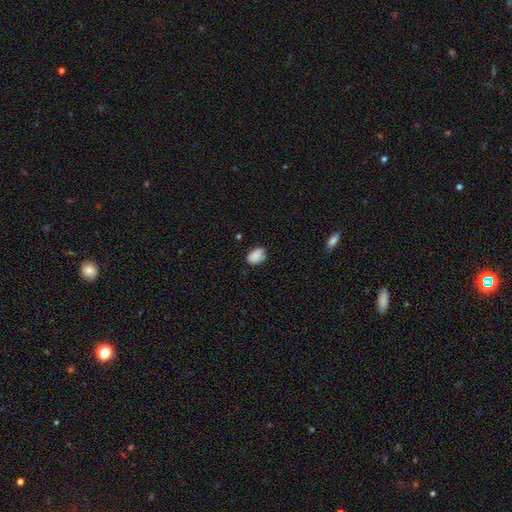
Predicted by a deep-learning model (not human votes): Smooth or featured? Predicted: smooth (p=0.87). How rounded? Predicted: in between (p=0.82). Merging? Predicted: none (p=0.71).